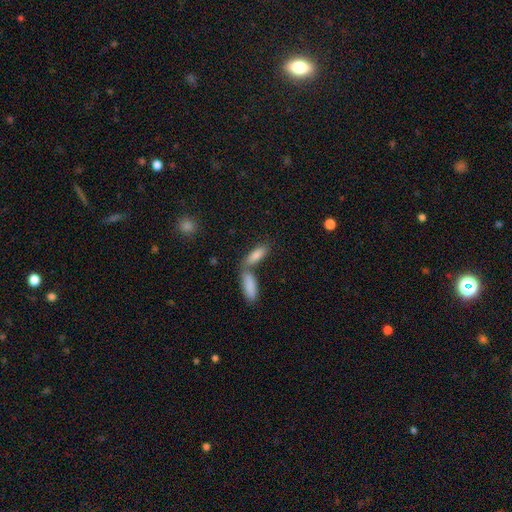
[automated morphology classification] A smooth galaxy with no disk features (80%) that is in between round and cigar-shaped (58%). Merging: merger (47%).